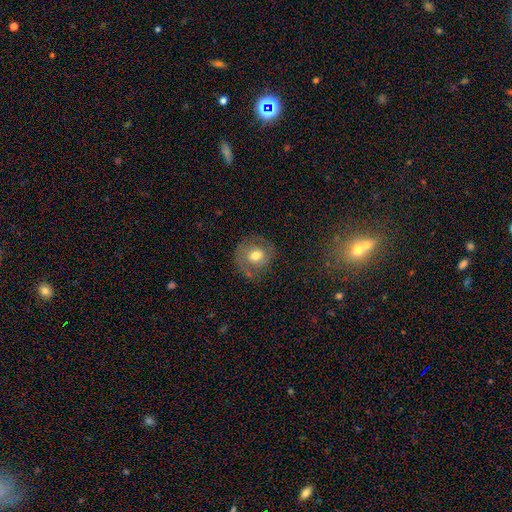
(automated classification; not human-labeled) Overall: smooth (50%; featured or disk 41%). How rounded: round (83%). Merging: none (70%).